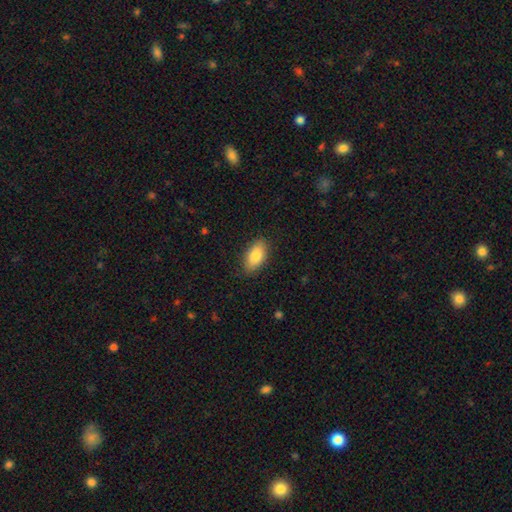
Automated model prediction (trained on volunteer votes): Smooth or featured: smooth — 84% (featured or disk — 10%)
How rounded: in between — 92% (cigar-shaped — 4%)
Merging: none — 85% (minor disturbance — 11%)